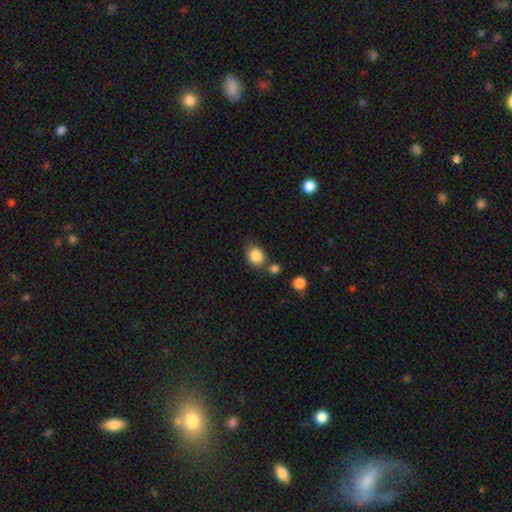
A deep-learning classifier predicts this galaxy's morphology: This appears to be a smooth galaxy with no disk features (86%) that is round (62%). Merging: none (68%).